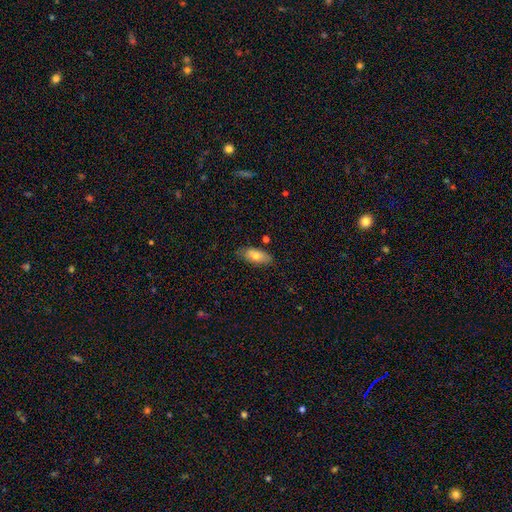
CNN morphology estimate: Smooth or featured: smooth — 74% (featured or disk — 19%)
How rounded: in between — 86% (cigar-shaped — 11%)
Merging: none — 79% (minor disturbance — 16%)